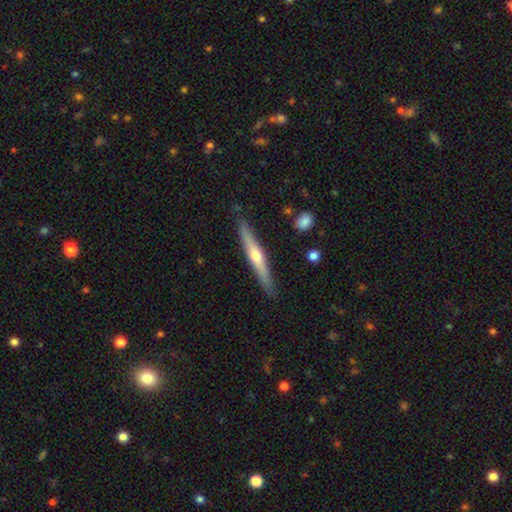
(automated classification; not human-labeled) A featured or disk galaxy (61%) viewed edge-on (97%) with a rounded central bulge (85%).

Vote fractions:
- Smooth or featured? featured or disk: 61% / smooth: 33% / star or artifact: 5%
- Edge-on disk? yes: 97% / no: 3%
- Edge-on bulge? rounded: 85% / none: 12% / boxy: 3%
- Merging? none: 88% / minor disturbance: 9% / major disturbance: 2% / merger: 2%